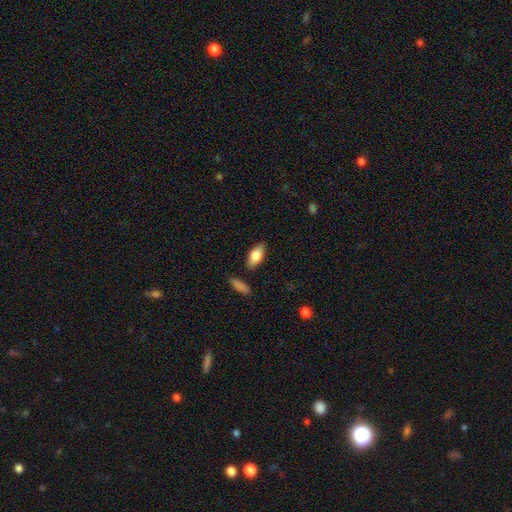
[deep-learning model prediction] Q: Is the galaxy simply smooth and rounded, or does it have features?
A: smooth — 80%.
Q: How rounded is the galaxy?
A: in between — 87%.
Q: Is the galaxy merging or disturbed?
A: none — 84%.